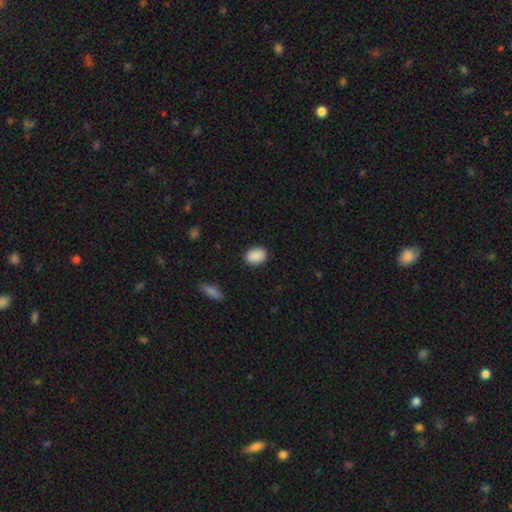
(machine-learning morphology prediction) Q: Smooth or featured?
A: smooth (90%); runner-up: star or artifact (7%)
Q: How rounded?
A: in between (77%); runner-up: round (22%)
Q: Merging?
A: none (88%); runner-up: minor disturbance (9%)